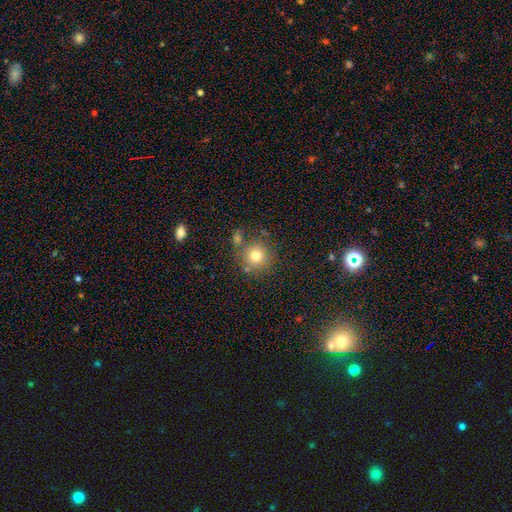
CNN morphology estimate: The model was most divided on "merging": none: 73%, merger: 12%, minor disturbance: 11%, major disturbance: 4%. More confident: how rounded — round (92%); smooth or featured — smooth (76%).